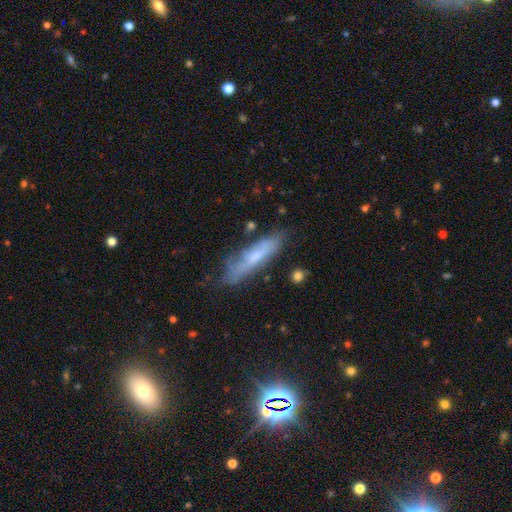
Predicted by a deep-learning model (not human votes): Smooth or featured? smooth (51%)
How rounded? cigar-shaped (78%)
Merging? none (67%)